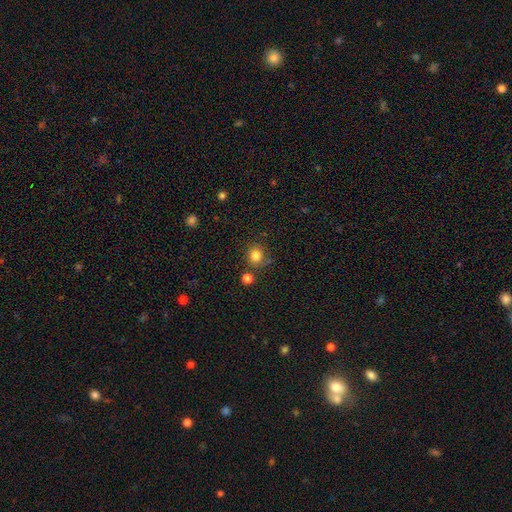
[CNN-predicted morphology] This is clearly a smooth galaxy (82%). How rounded: clearly round (88%). Merging: likely none (76%).